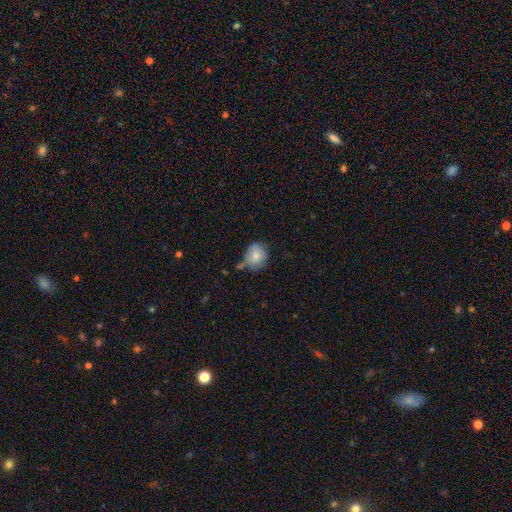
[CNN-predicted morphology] smooth 80%, featured or disk 11%, star or artifact 9%. Down the decision tree: how rounded — round (80%); merging — none (51%).